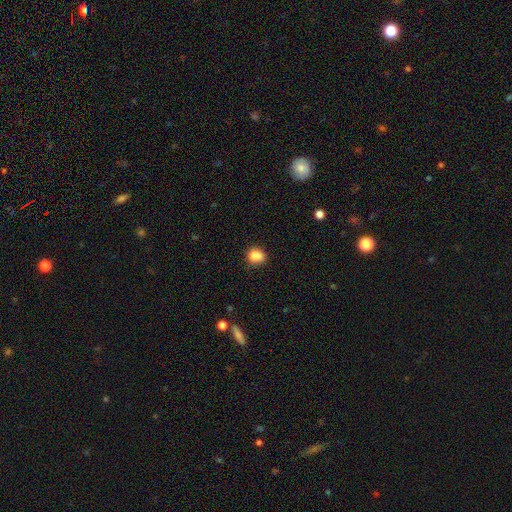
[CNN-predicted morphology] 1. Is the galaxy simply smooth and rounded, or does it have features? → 85% smooth, 10% star or artifact, 5% featured or disk.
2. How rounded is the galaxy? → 54% round, 45% in between, 1% cigar-shaped.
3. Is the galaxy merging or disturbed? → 74% none, 18% minor disturbance, 4% major disturbance, 4% merger.